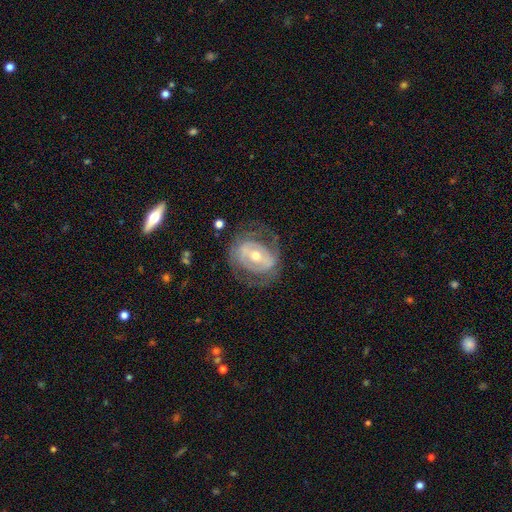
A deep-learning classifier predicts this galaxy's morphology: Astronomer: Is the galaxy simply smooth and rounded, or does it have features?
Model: featured or disk — 73%.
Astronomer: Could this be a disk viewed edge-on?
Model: no — 95%.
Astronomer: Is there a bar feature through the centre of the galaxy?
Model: weak — 35% (runner-up: strong, 33%).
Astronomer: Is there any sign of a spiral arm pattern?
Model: yes — 51% (runner-up: no, 49%).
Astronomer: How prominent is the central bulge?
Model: moderate — 63%.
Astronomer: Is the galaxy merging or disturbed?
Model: none — 65%.